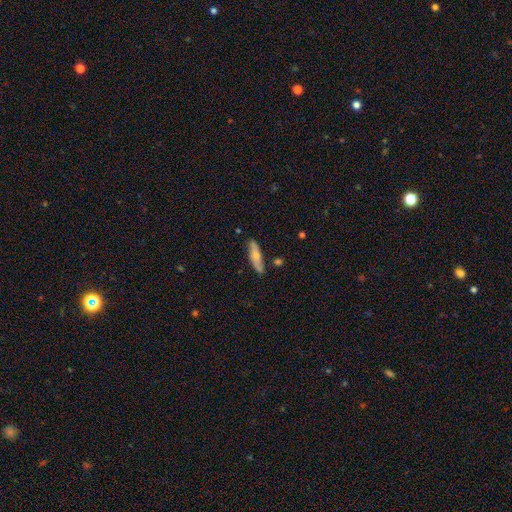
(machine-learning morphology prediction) This is likely a smooth galaxy (64%). How rounded: likely cigar-shaped (69%). Merging: likely none (80%).